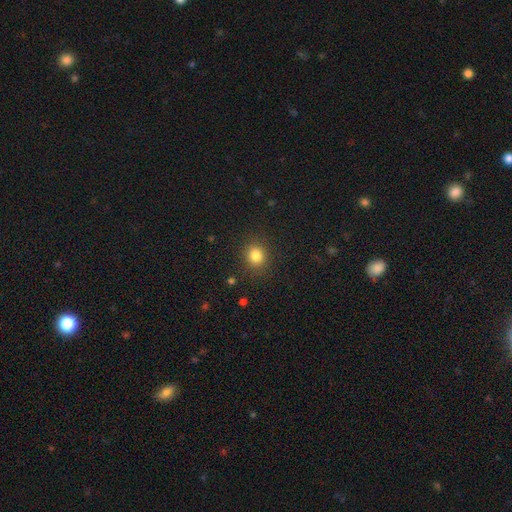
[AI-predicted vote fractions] smooth_or_featured: smooth (p=0.82) [alt: star or artifact p=0.12]
how_rounded: round (p=0.78) [alt: in between p=0.21]
merging: none (p=0.88) [alt: minor disturbance p=0.08]